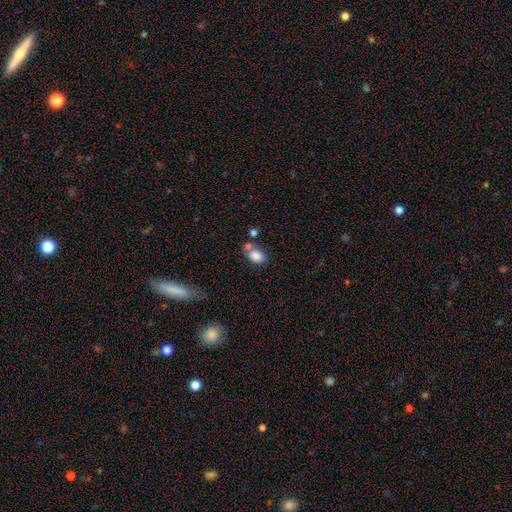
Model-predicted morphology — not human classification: Overall: smooth (83%). How rounded: in between (79%). Merging: none (48%; merger 29%).